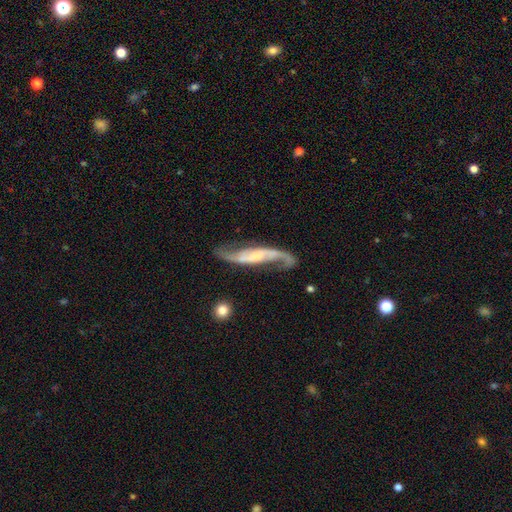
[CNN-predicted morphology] Q: Smooth or featured?
A: featured or disk (88%); runner-up: smooth (7%)
Q: Edge-on disk?
A: no (84%); runner-up: yes (16%)
Q: Bar?
A: weak (38%); runner-up: strong (32%)
Q: Spiral arms?
A: yes (97%); runner-up: no (3%)
Q: Spiral winding?
A: loose (67%); runner-up: medium (26%)
Q: Spiral arm count?
A: 2 (92%); runner-up: 1 (2%)
Q: Bulge size?
A: small (41%); runner-up: moderate (29%)
Q: Merging?
A: none (69%); runner-up: minor disturbance (17%)